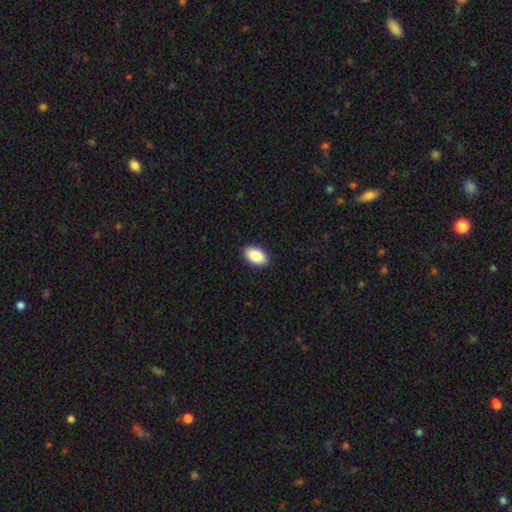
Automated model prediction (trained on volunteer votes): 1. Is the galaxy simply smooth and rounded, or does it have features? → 87% smooth, 7% star or artifact, 6% featured or disk.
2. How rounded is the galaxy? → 93% in between, 6% round, 1% cigar-shaped.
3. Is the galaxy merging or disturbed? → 90% none, 7% minor disturbance, 2% major disturbance, 1% merger.